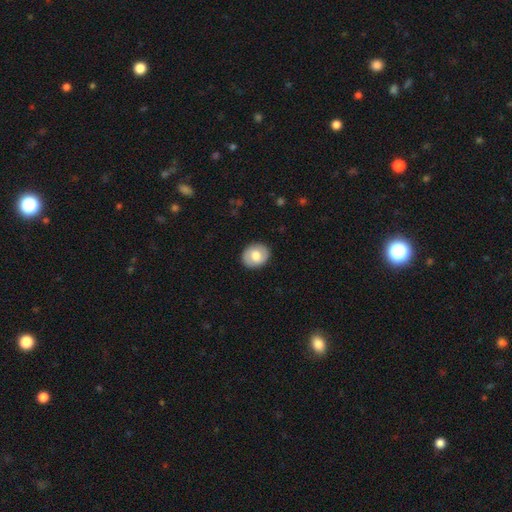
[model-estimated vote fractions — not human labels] smooth_or_featured: smooth (p=0.65) [alt: featured or disk p=0.28]
how_rounded: round (p=0.64) [alt: in between p=0.35]
merging: none (p=0.88) [alt: minor disturbance p=0.09]